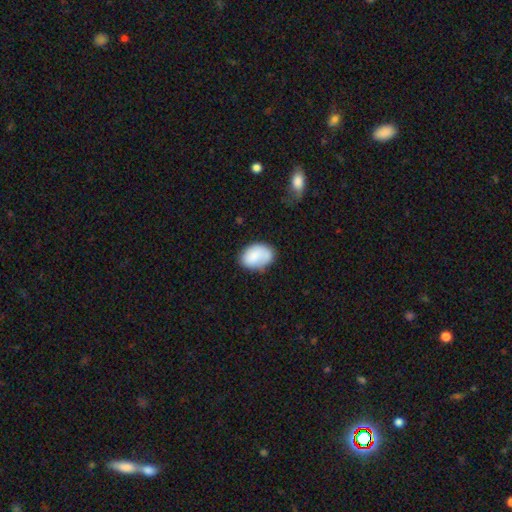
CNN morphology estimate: The model was most divided on "merging": none: 65%, minor disturbance: 25%, major disturbance: 7%, merger: 4%. More confident: how rounded — in between (82%); smooth or featured — smooth (81%).